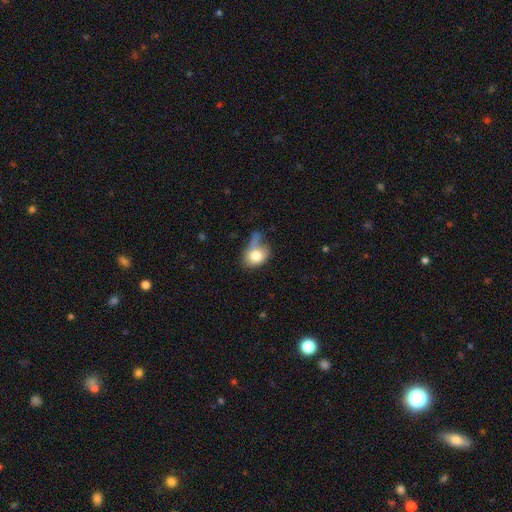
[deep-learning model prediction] Smooth or featured? Predicted: smooth (p=0.77). How rounded? Predicted: in between (p=0.62). Merging? Predicted: none (p=0.29).